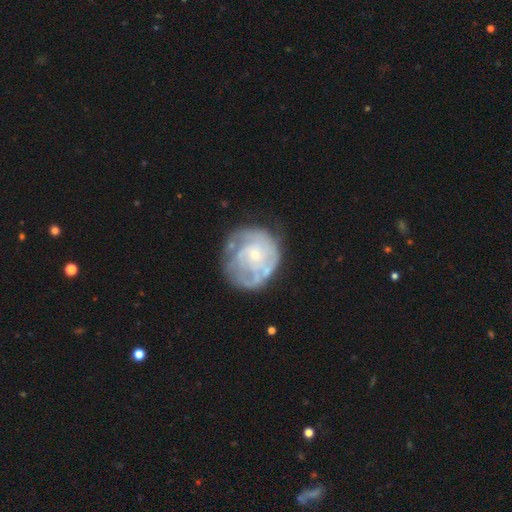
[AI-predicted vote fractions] Smooth or featured? featured or disk (74%)
Edge-on disk? no (98%)
Bar? no (78%)
Spiral arms? yes (74%)
Spiral winding? tight (60%)
Spiral arm count? can't tell (46%)
Bulge size? small (68%)
Merging? none (57%)